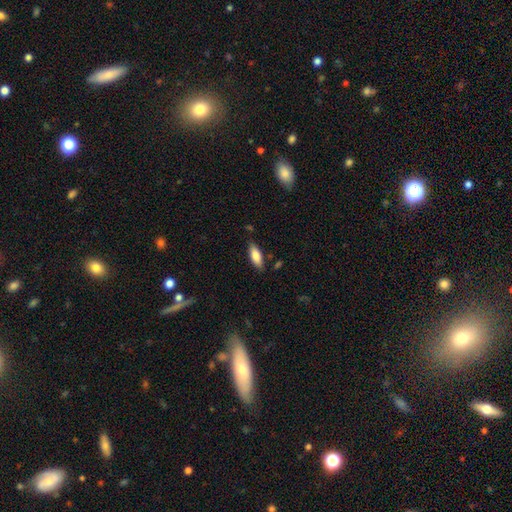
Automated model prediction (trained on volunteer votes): smooth-or-featured: smooth: 81% | featured or disk: 13% | star or artifact: 6%
  how-rounded: in between: 75% | cigar-shaped: 23% | round: 2%
  merging: none: 82% | minor disturbance: 13% | major disturbance: 3% | merger: 2%